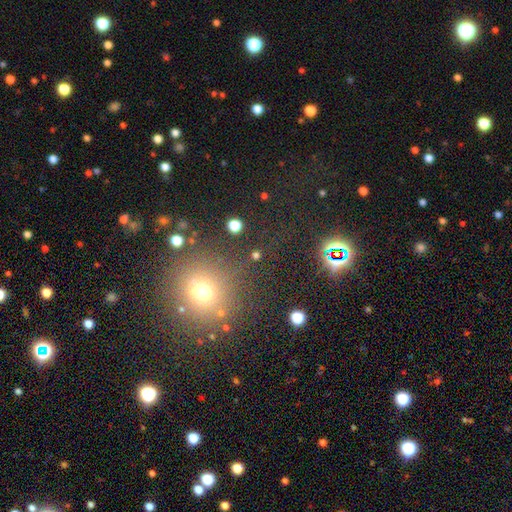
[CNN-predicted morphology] Smooth or featured: smooth — 46% (star or artifact — 44%)
Merging: none — 80% (minor disturbance — 9%)